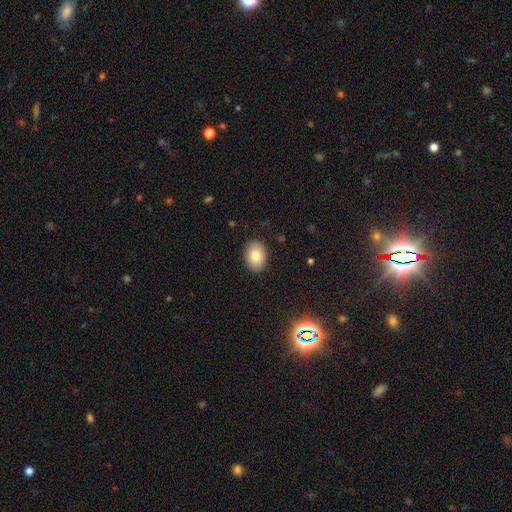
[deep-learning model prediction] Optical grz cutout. It shows a smooth galaxy with no disk features (83%) that is in between round and cigar-shaped (76%). Merging: none (89%).